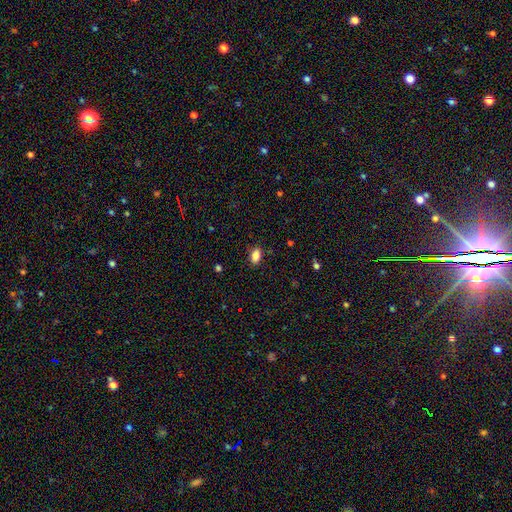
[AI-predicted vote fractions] Q: Smooth or featured?
A: smooth (86%); runner-up: star or artifact (9%)
Q: How rounded?
A: in between (89%); runner-up: round (9%)
Q: Merging?
A: none (86%); runner-up: minor disturbance (11%)